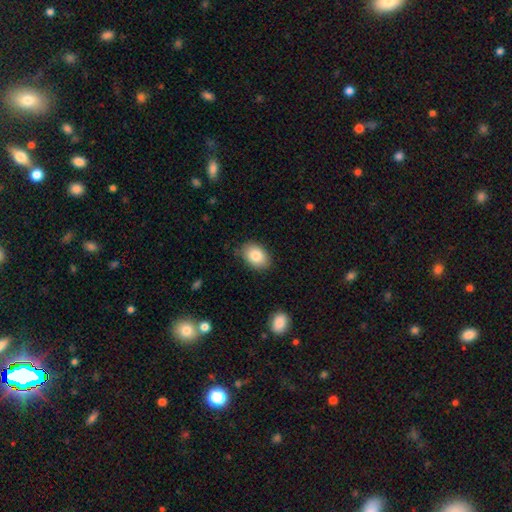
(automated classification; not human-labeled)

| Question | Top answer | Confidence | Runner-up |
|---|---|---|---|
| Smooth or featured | smooth | 84% | featured or disk (8%) |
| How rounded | in between | 82% | round (17%) |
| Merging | none | 82% | minor disturbance (14%) |